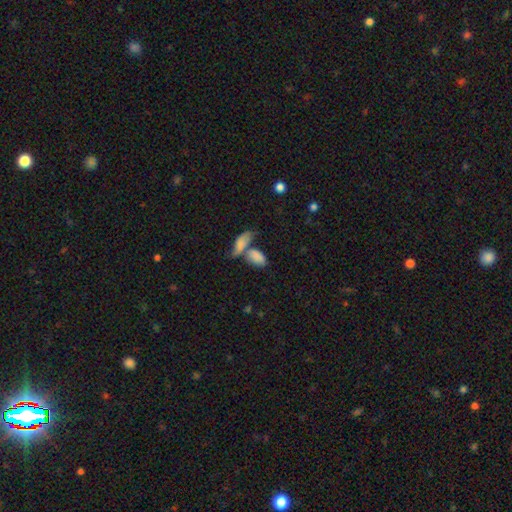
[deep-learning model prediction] smooth-or-featured: smooth: 76% | featured or disk: 14% | star or artifact: 11%
  how-rounded: in between: 85% | cigar-shaped: 8% | round: 6%
  merging: merger: 50% | none: 33% | minor disturbance: 11% | major disturbance: 6%